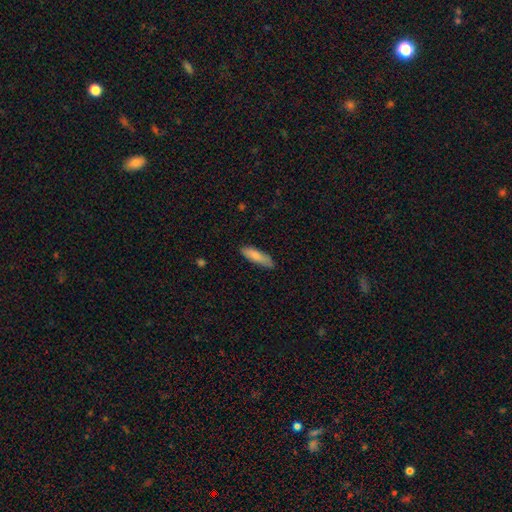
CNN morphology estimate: A smooth galaxy with no disk features (83%) that is cigar-shaped (61%). Merging: none (79%).